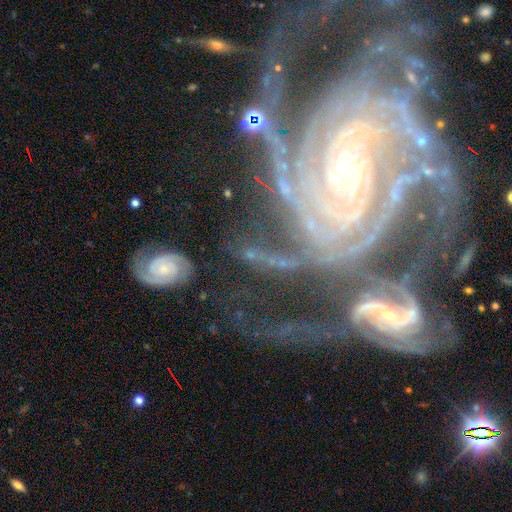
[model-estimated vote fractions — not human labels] Smooth or featured?
  - featured or disk: 73% *
  - smooth: 15%
  - star or artifact: 12%
Edge-on disk?
  - no: 94% *
  - yes: 6%
Bar?
  - no: 46% *
  - weak: 29%
  - strong: 25%
Spiral arms?
  - yes: 94% *
  - no: 6%
Spiral winding?
  - tight: 59% *
  - medium: 30%
  - loose: 12%
Spiral arm count?
  - 2: 42% *
  - can't tell: 20%
  - 3: 15%
  - 4: 8%
  - 1: 8%
  - more than 4: 7%
Bulge size?
  - small: 54% *
  - moderate: 34%
  - large: 5%
  - none: 4%
  - dominant: 2%
Merging?
  - none: 53% *
  - minor disturbance: 17%
  - major disturbance: 17%
  - merger: 13%